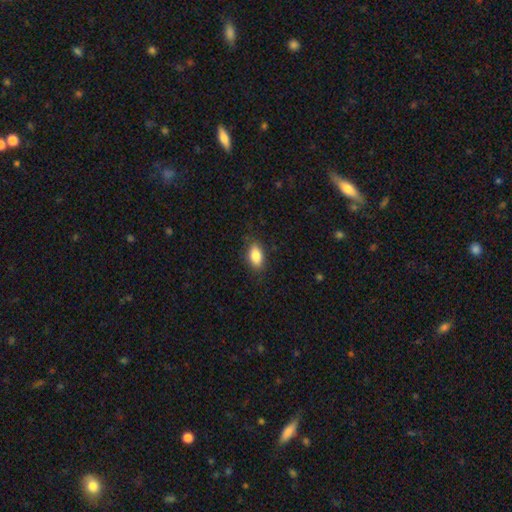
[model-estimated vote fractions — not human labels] Smooth or featured: smooth — 85% (star or artifact — 8%)
How rounded: in between — 90% (round — 6%)
Merging: none — 85% (minor disturbance — 11%)